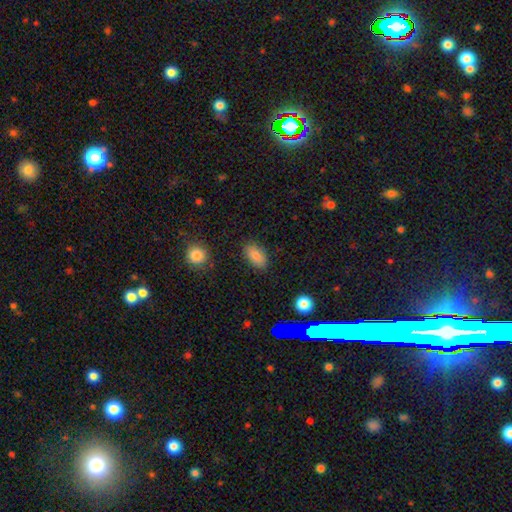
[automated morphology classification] type=smooth (82%); roundness=in between (90%); merging=none (84%).